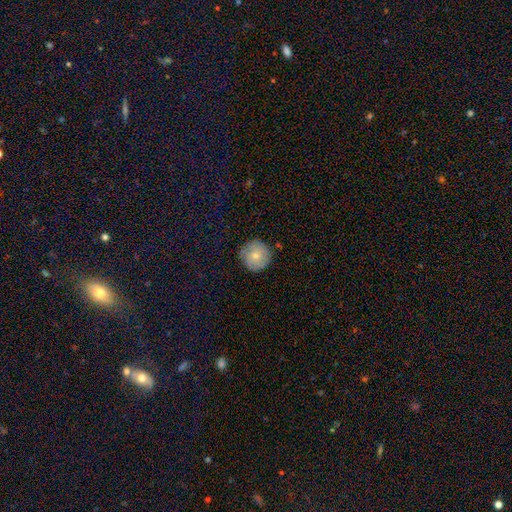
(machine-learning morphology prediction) smooth_or_featured: smooth (p=0.63) [alt: featured or disk p=0.29]
how_rounded: round (p=0.95) [alt: in between p=0.04]
merging: none (p=0.84) [alt: minor disturbance p=0.12]